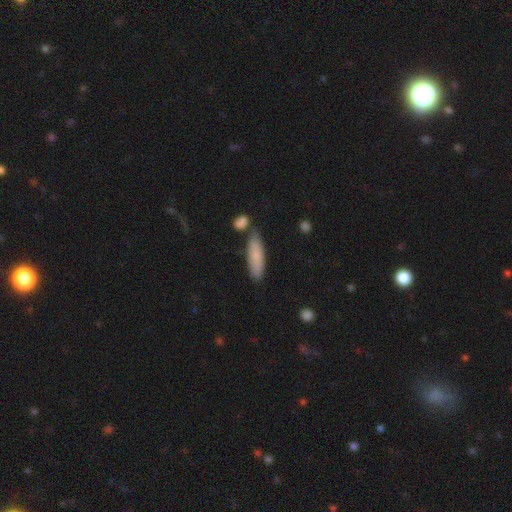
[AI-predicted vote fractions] Morphology: type=smooth (80%); roundness=cigar-shaped (61%); merging=none (74%).